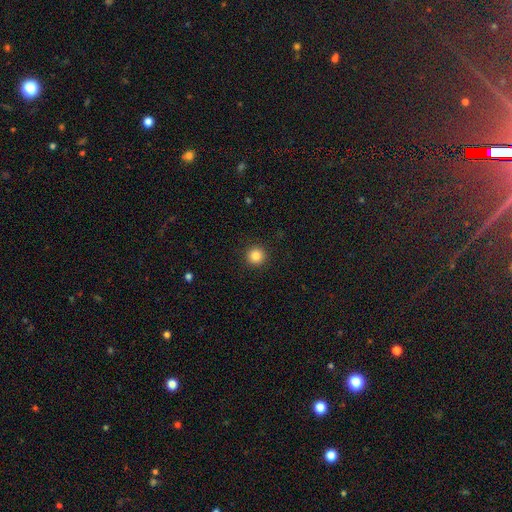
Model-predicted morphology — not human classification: Smooth or featured? smooth (85%)
How rounded? round (96%)
Merging? none (93%)